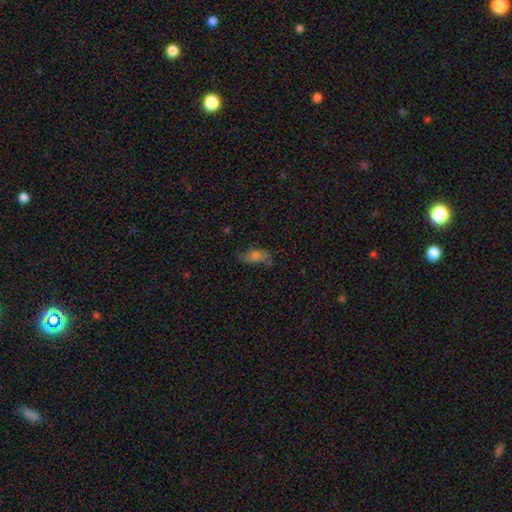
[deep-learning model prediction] Smooth or featured: smooth — 63% (featured or disk — 22%)
How rounded: in between — 77% (cigar-shaped — 18%)
Merging: none — 62% (minor disturbance — 25%)